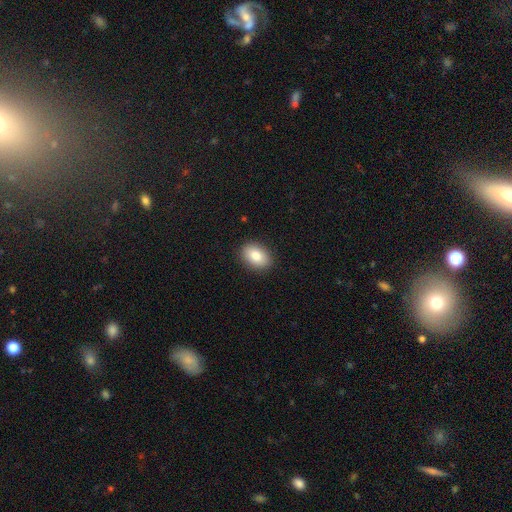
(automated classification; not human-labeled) This appears to be a smooth galaxy with no disk features (85%) that is in between round and cigar-shaped (82%). Merging: none (89%).